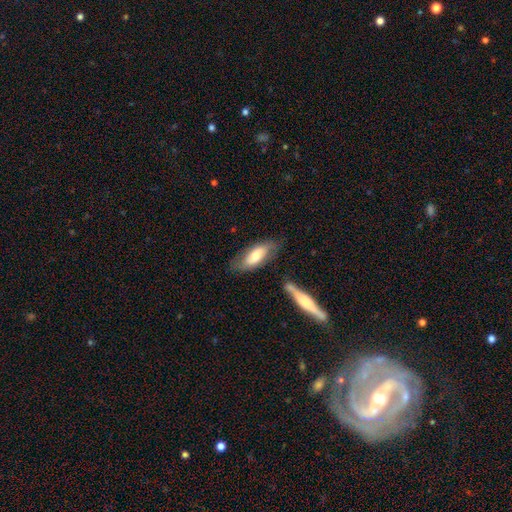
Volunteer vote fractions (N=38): smooth_or_featured: smooth (p=0.53) [alt: featured or disk p=0.42]
how_rounded: in between (p=0.80) [alt: cigar-shaped p=0.20]
merging: none (p=0.75) [alt: minor disturbance p=0.22]